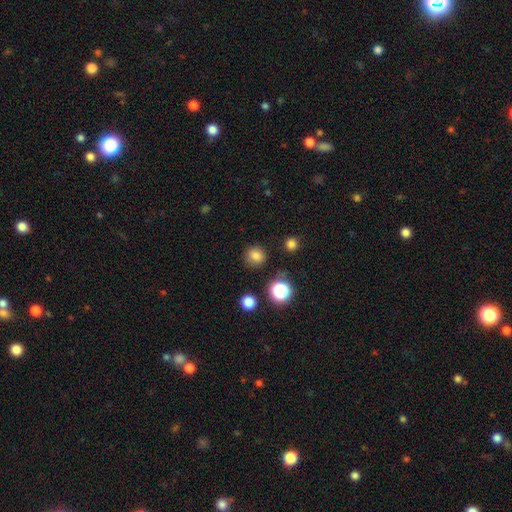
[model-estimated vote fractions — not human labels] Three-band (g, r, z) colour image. It shows a smooth galaxy with no disk features (80%) that is round (90%). Merging: none (87%).